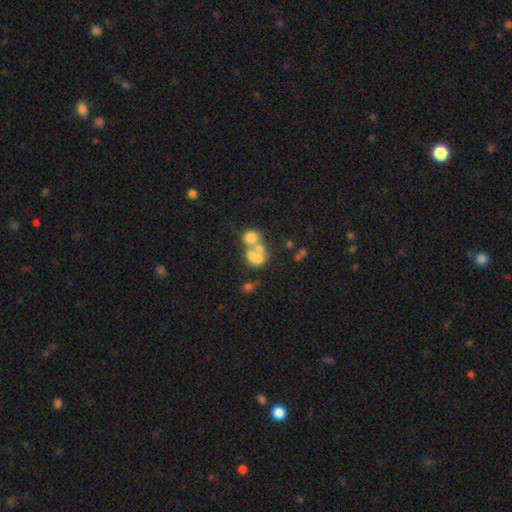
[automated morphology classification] This is possibly a smooth galaxy (53%). How rounded: possibly round (51%). Merging: likely merger (64%).